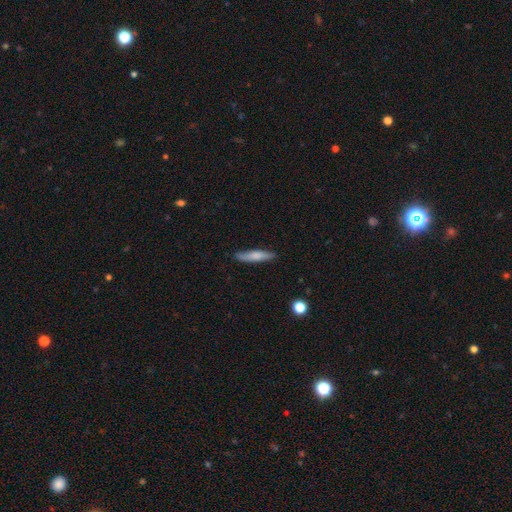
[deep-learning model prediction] smooth 69%, featured or disk 25%, star or artifact 6%. Down the decision tree: how rounded — cigar-shaped (86%); merging — none (85%).